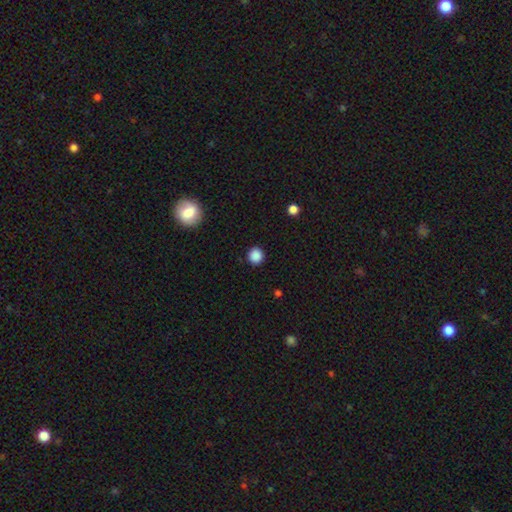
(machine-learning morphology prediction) smooth_or_featured: smooth (p=0.87) [alt: star or artifact p=0.10]
how_rounded: round (p=0.92) [alt: in between p=0.07]
merging: none (p=0.91) [alt: minor disturbance p=0.06]